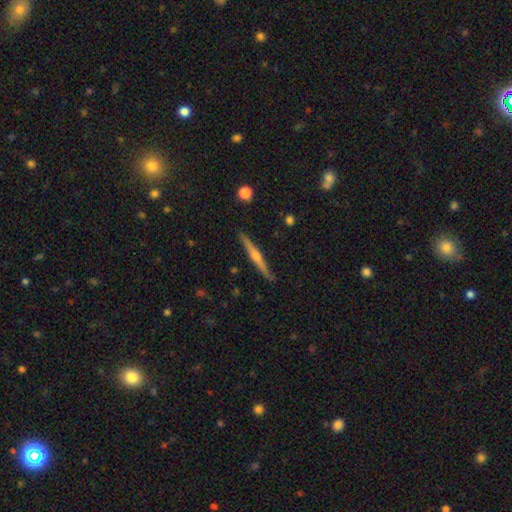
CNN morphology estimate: featured or disk 75%, smooth 20%, star or artifact 6%. Down the decision tree: edge-on disk — yes (98%); edge-on bulge — rounded (89%); merging — none (89%).